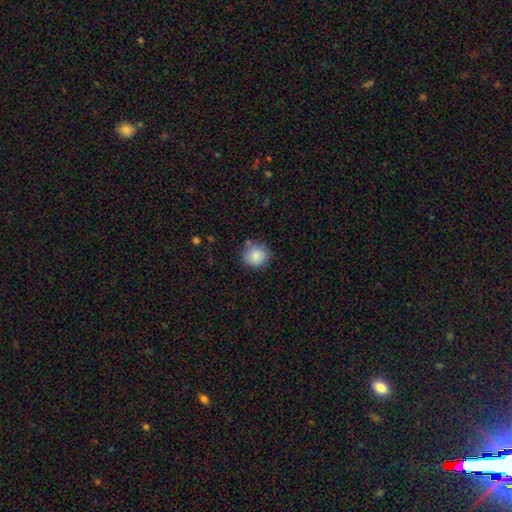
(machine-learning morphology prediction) This is clearly a smooth galaxy (86%). How rounded: clearly round (87%). Merging: likely none (78%).